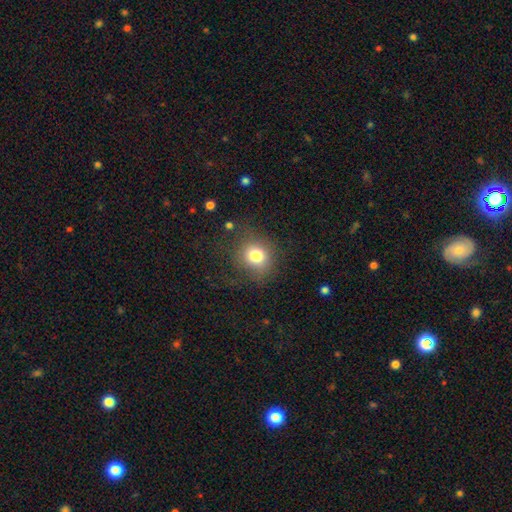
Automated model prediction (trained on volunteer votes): smooth-or-featured: smooth: 78% | star or artifact: 13% | featured or disk: 10%
  how-rounded: round: 82% | in between: 18% | cigar-shaped: 1%
  merging: none: 75% | minor disturbance: 14% | major disturbance: 9% | merger: 2%